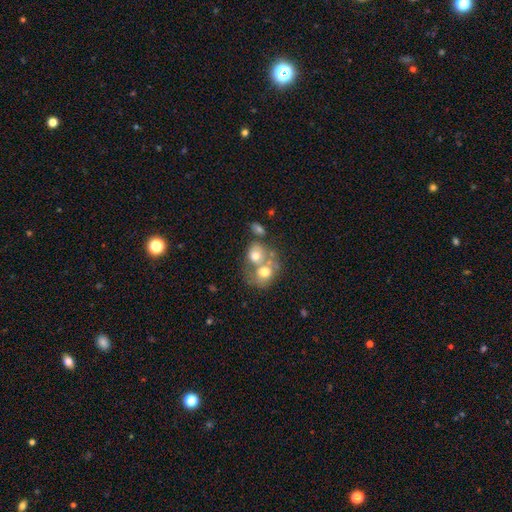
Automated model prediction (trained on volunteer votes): The model was most divided on "how rounded": round: 59%, in between: 40%, cigar-shaped: 1%. More confident: smooth or featured — smooth (65%); merging — merger (61%).